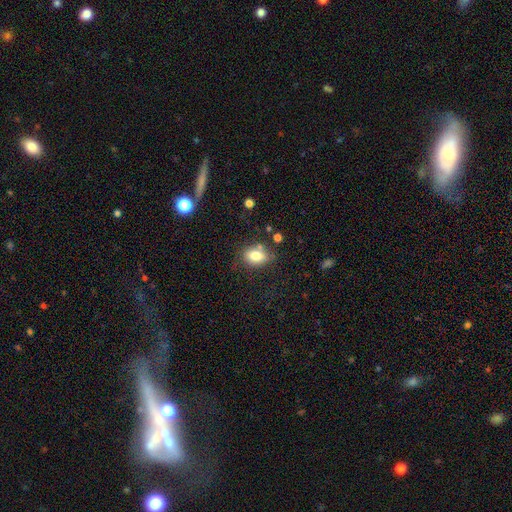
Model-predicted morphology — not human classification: type=smooth (79%); roundness=in between (77%); merging=none (71%).